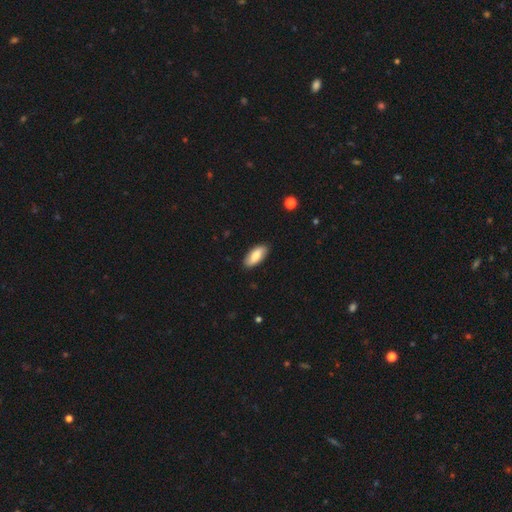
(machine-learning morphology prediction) A smooth galaxy with no disk features (76%) that is in between round and cigar-shaped (88%).

Vote fractions:
- Smooth or featured? smooth: 76% / featured or disk: 18% / star or artifact: 6%
- How rounded? in between: 88% / cigar-shaped: 10% / round: 2%
- Merging? none: 87% / minor disturbance: 10% / major disturbance: 2% / merger: 1%